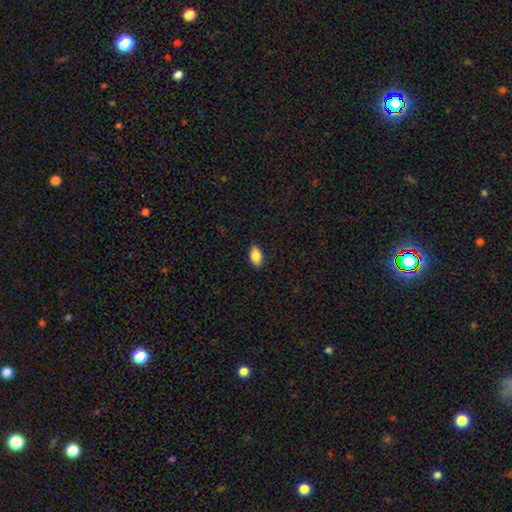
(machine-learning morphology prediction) Smooth or featured? smooth (85%)
How rounded? in between (91%)
Merging? none (87%)